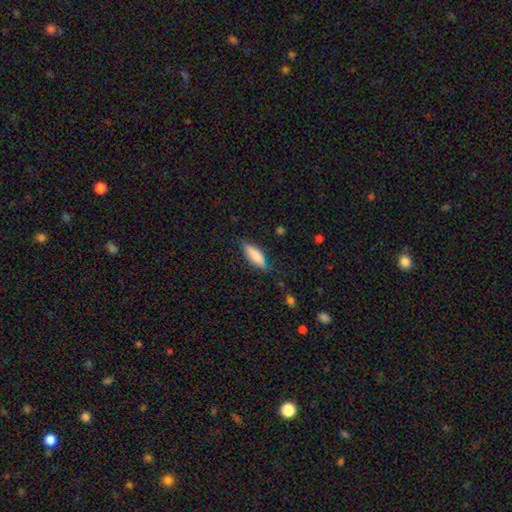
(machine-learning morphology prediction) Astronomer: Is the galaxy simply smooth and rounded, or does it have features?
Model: smooth — 76%.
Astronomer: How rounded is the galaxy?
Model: in between — 55% (runner-up: cigar-shaped, 43%).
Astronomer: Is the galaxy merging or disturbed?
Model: none — 71%.